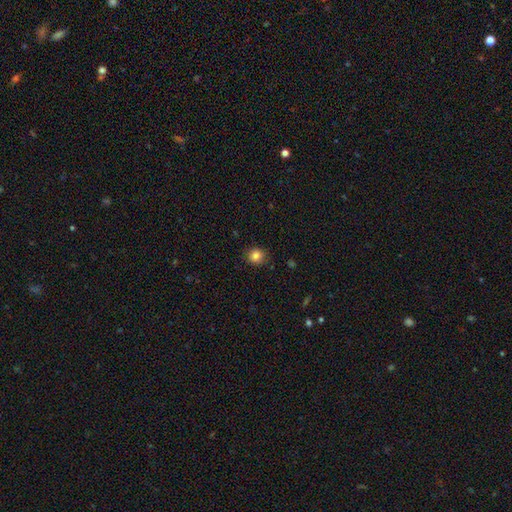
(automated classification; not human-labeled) Overall: smooth (84%). How rounded: round (86%). Merging: none (87%).